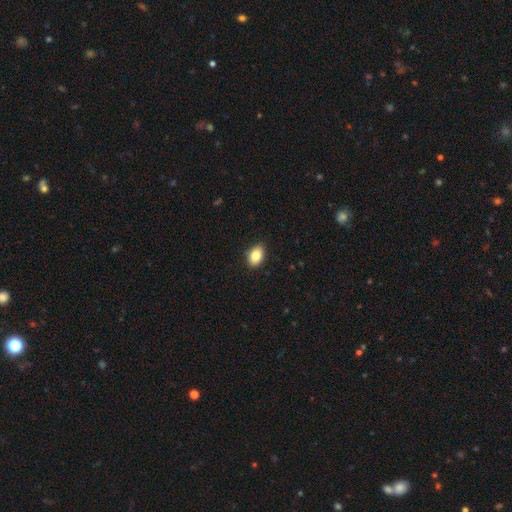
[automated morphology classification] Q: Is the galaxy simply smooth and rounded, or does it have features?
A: smooth — 85%.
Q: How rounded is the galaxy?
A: in between — 83%.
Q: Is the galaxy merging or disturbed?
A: none — 88%.